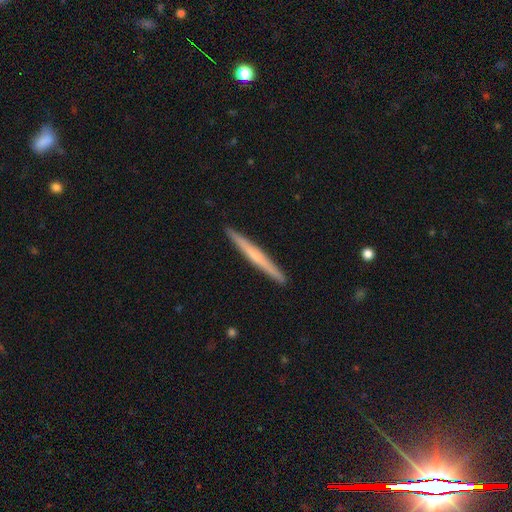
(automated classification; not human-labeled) Smooth or featured? featured or disk (58%)
Edge-on disk? yes (98%)
Edge-on bulge? none (50%)
Merging? none (93%)